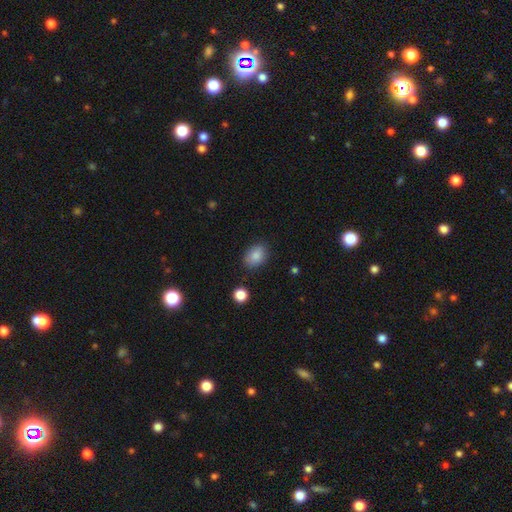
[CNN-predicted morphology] This appears to be a smooth galaxy with no disk features (86%) that is in between round and cigar-shaped (76%). Merging: none (81%).